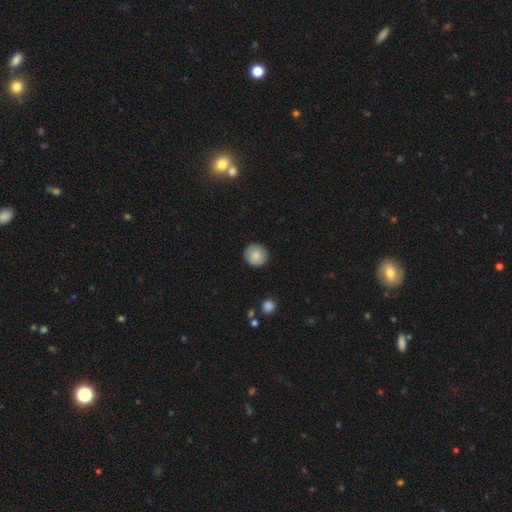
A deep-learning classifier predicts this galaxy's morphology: type=smooth (84%); roundness=round (94%); merging=none (89%).